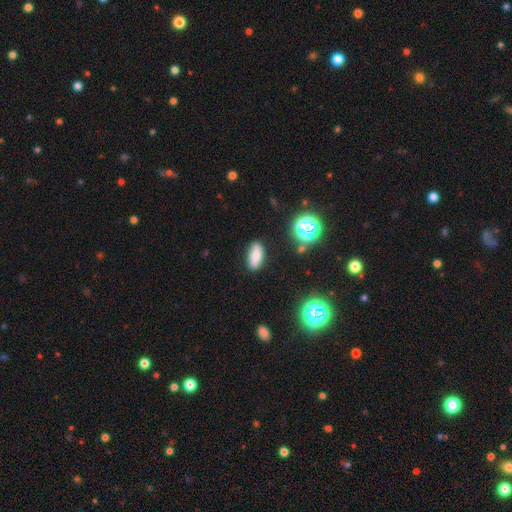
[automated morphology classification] This appears to be a smooth galaxy with no disk features (72%) that is in between round and cigar-shaped (78%). Merging: none (83%).